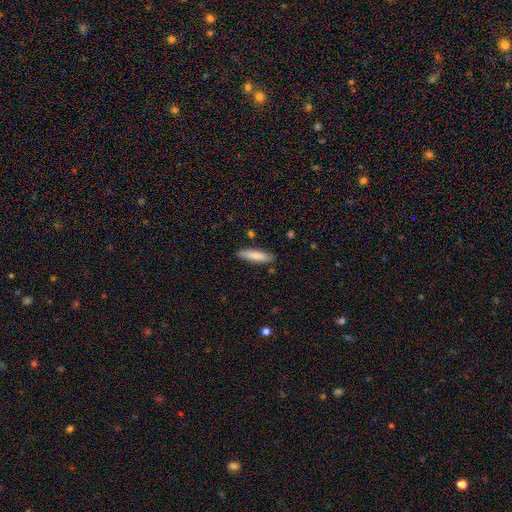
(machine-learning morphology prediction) smooth-or-featured: smooth: 81% | featured or disk: 14% | star or artifact: 6%
  how-rounded: cigar-shaped: 75% | in between: 24% | round: 1%
  merging: none: 86% | minor disturbance: 10% | merger: 2% | major disturbance: 2%